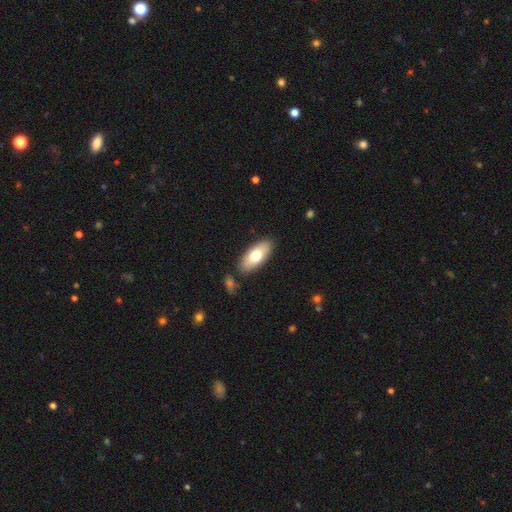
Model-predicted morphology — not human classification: A smooth galaxy with no disk features (69%) that is in between round and cigar-shaped (83%). Merging: none (85%).